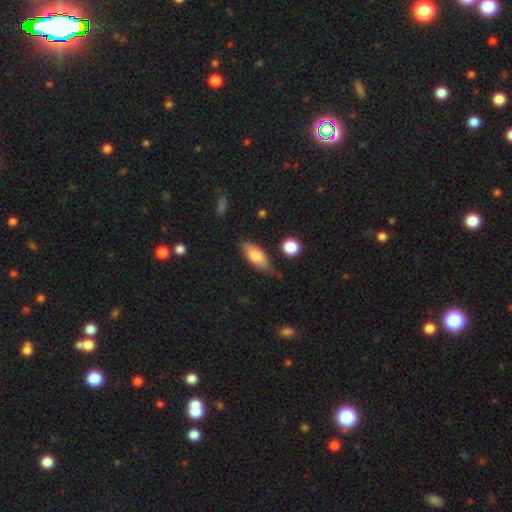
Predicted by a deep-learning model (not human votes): The model was most divided on "merging": none: 66%, minor disturbance: 24%, major disturbance: 5%, merger: 4%. More confident: how rounded — in between (78%); smooth or featured — smooth (77%).